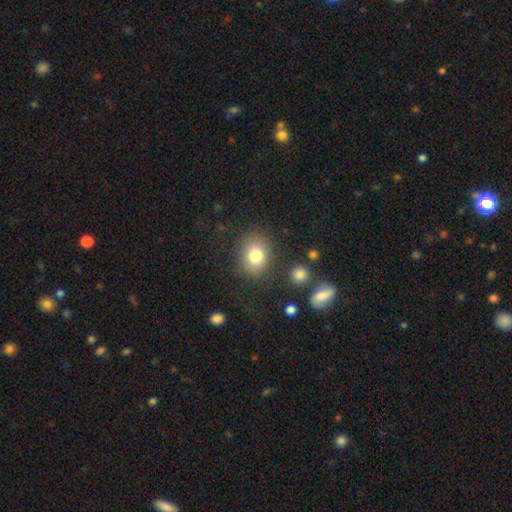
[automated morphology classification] Smooth or featured?
  - smooth: 78% *
  - star or artifact: 11%
  - featured or disk: 11%
How rounded?
  - round: 52% *
  - in between: 48%
  - cigar-shaped: 1%
Merging?
  - none: 80% *
  - minor disturbance: 12%
  - major disturbance: 6%
  - merger: 3%